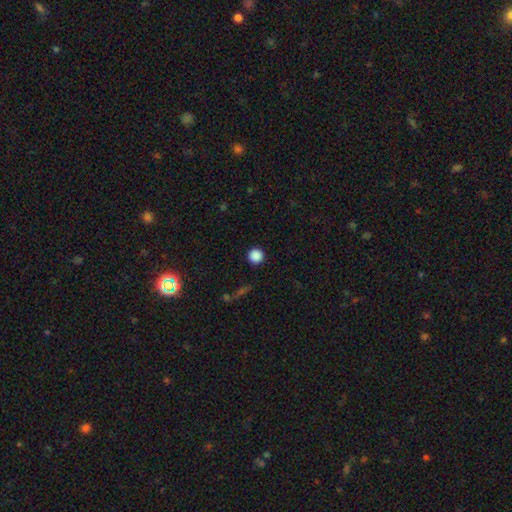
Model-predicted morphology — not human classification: Smooth or featured?
  - smooth: 87% *
  - star or artifact: 10%
  - featured or disk: 3%
How rounded?
  - round: 96% *
  - in between: 3%
  - cigar-shaped: 1%
Merging?
  - none: 92% *
  - minor disturbance: 5%
  - major disturbance: 2%
  - merger: 1%